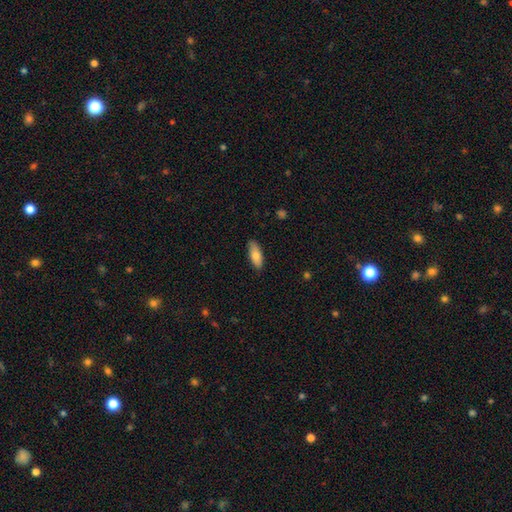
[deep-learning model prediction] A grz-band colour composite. It shows a smooth galaxy with no disk features (77%) that is in between round and cigar-shaped (73%). Merging: none (86%).